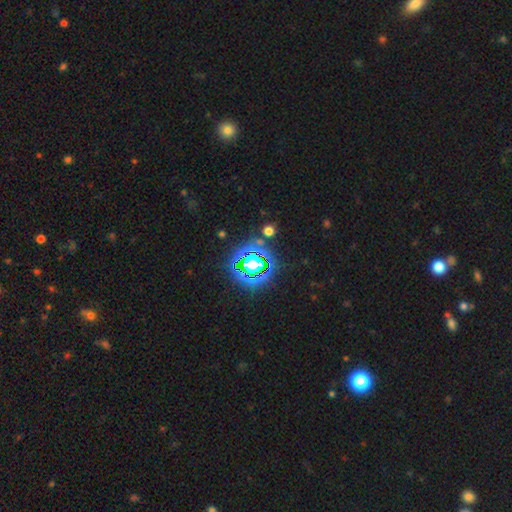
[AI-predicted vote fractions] Overall: star or artifact (80%).